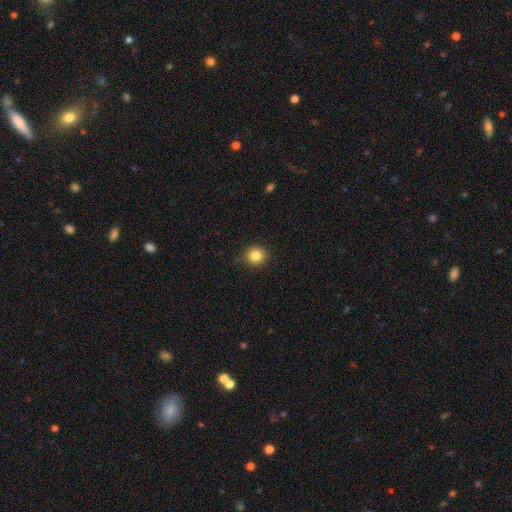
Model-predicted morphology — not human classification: Overall: smooth (84%). How rounded: round (92%). Merging: none (90%).